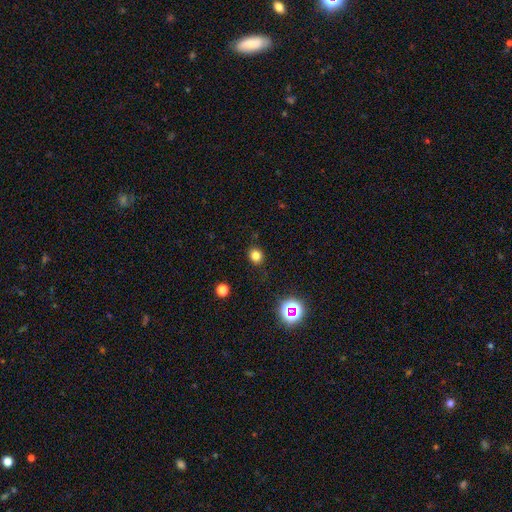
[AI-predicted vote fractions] The model was most divided on "how rounded": round: 78%, in between: 21%, cigar-shaped: 1%. More confident: merging — none (88%); smooth or featured — smooth (78%).